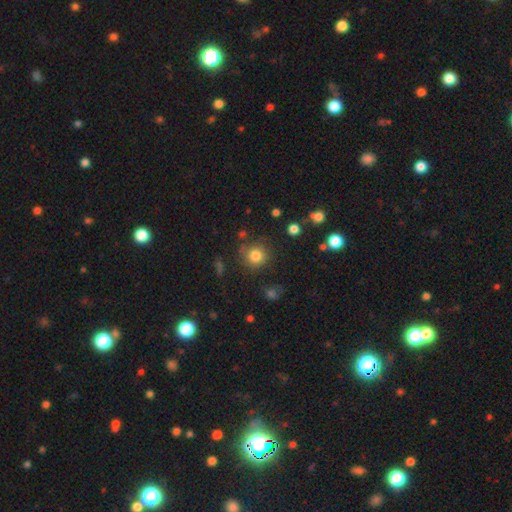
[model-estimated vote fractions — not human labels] A smooth galaxy with no disk features (80%) that is round (92%). Merging: none (80%).